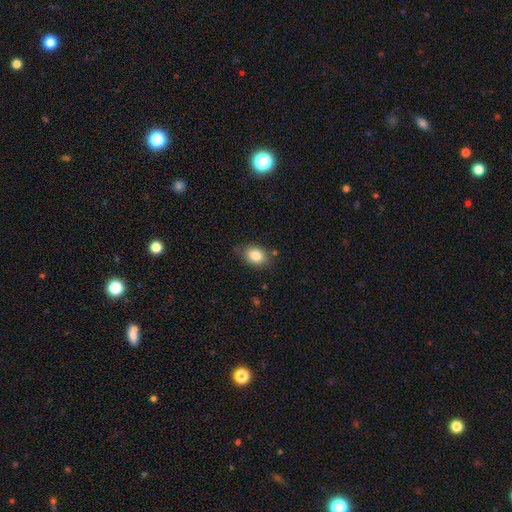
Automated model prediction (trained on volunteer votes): Q: Smooth or featured?
A: smooth (84%); runner-up: star or artifact (9%)
Q: How rounded?
A: in between (67%); runner-up: round (32%)
Q: Merging?
A: none (77%); runner-up: minor disturbance (17%)